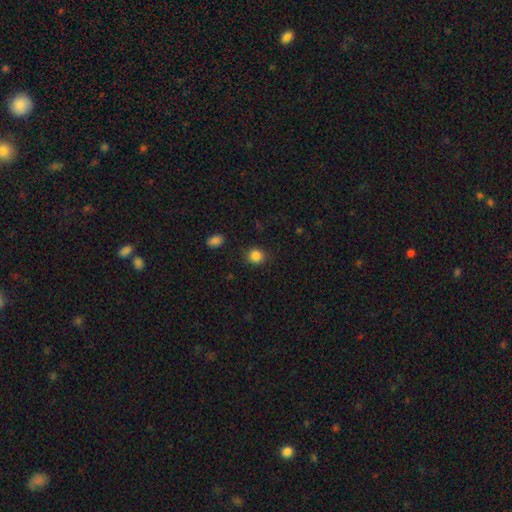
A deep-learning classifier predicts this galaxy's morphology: A smooth galaxy with no disk features (85%) that is round (84%). Merging: none (84%).